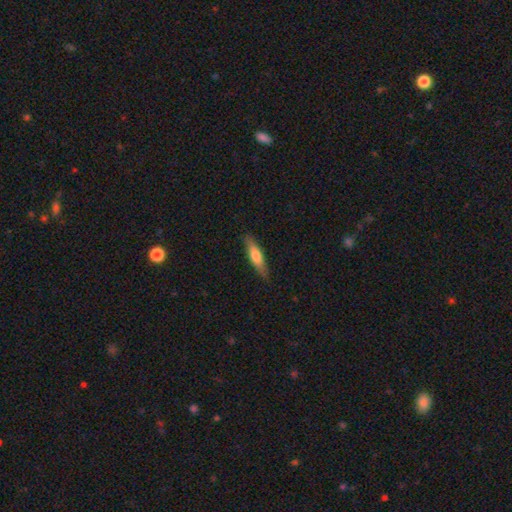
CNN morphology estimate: A smooth galaxy with no disk features (61%) that is cigar-shaped (76%). Merging: none (87%).